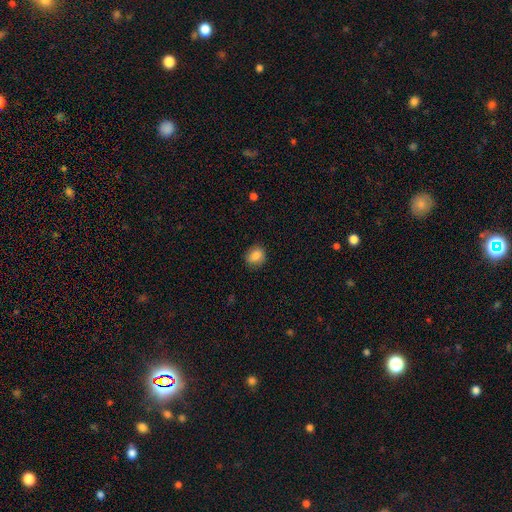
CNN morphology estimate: Overall: smooth (85%). How rounded: round (66%; in between 33%). Merging: none (86%).